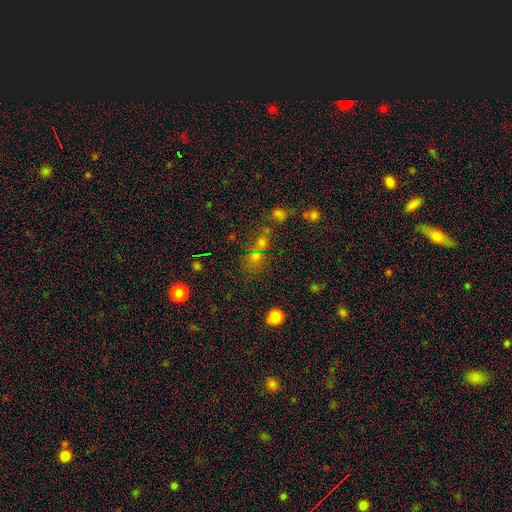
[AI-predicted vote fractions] A smooth galaxy with no disk features (56%) that is round (65%).

Vote fractions:
- Smooth or featured? smooth: 56% / star or artifact: 31% / featured or disk: 13%
- How rounded? round: 65% / in between: 31% / cigar-shaped: 3%
- Merging? none: 46% / merger: 37% / minor disturbance: 10% / major disturbance: 7%